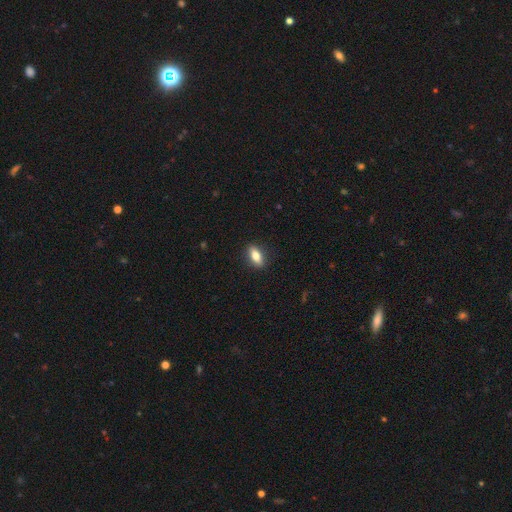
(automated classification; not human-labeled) Overall: smooth (77%). How rounded: in between (79%). Merging: none (89%).